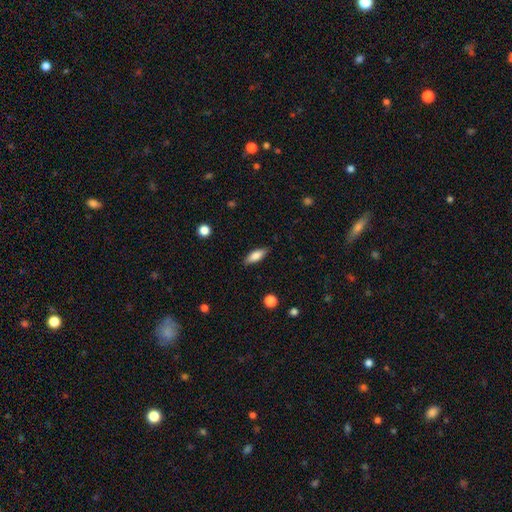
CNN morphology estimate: Smooth or featured? Predicted: smooth (p=0.77). How rounded? Predicted: in between (p=0.62). Merging? Predicted: none (p=0.86).